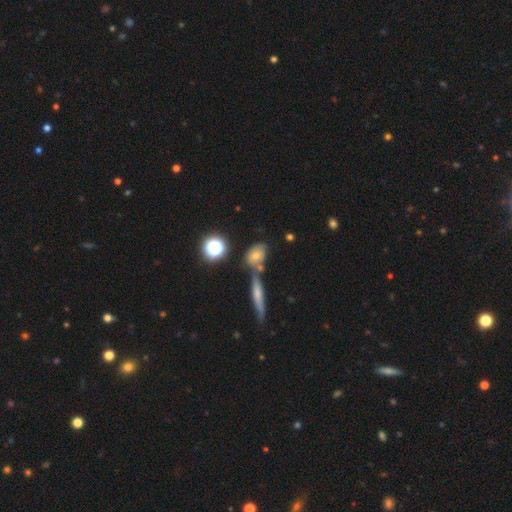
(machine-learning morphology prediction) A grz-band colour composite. It shows a smooth galaxy with no disk features (61%) that is in between round and cigar-shaped (60%). Merging: none (56%).